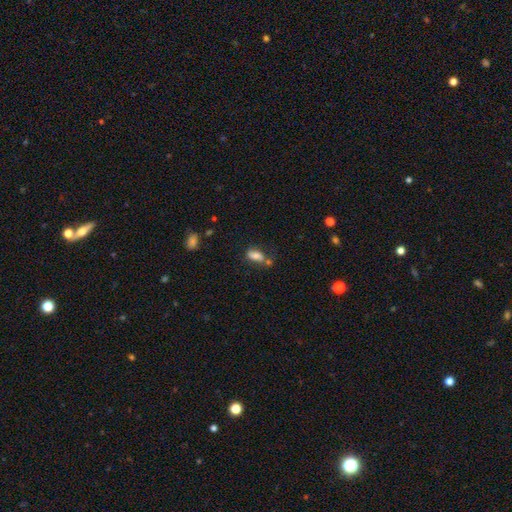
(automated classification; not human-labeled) Smooth or featured? smooth (76%)
How rounded? in between (84%)
Merging? none (45%)